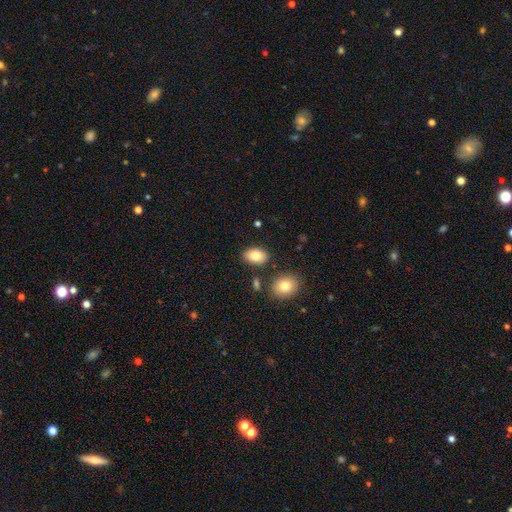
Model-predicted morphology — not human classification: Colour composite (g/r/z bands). It shows a smooth galaxy with no disk features (82%) that is in between round and cigar-shaped (87%). Merging: none (82%).